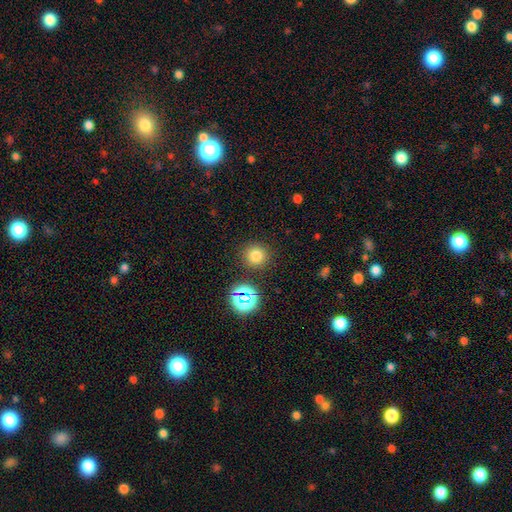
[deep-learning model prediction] Morphology: type=smooth (75%); roundness=round (94%); merging=none (88%).